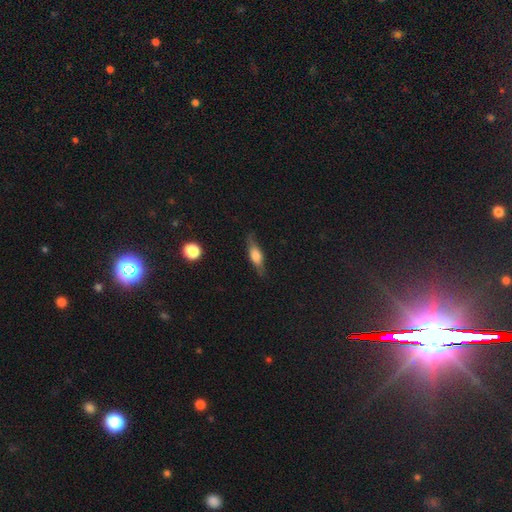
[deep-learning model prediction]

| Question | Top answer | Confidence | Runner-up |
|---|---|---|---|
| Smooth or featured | smooth | 50% | featured or disk (42%) |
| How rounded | cigar-shaped | 50% | in between (46%) |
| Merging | none | 77% | minor disturbance (17%) |